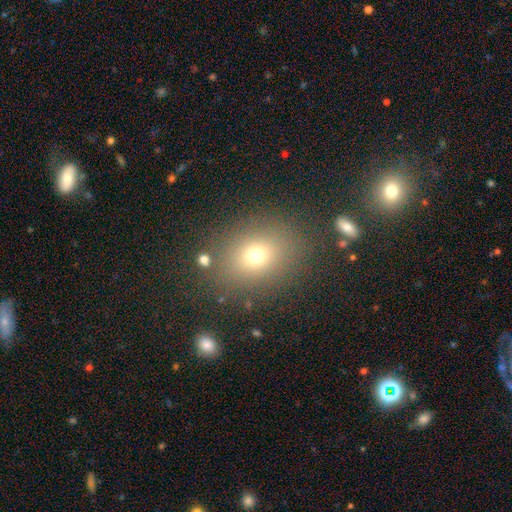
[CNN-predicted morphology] smooth_or_featured: smooth (p=0.70) [alt: star or artifact p=0.17]
how_rounded: in between (p=0.52) [alt: round p=0.46]
merging: none (p=0.83) [alt: minor disturbance p=0.10]